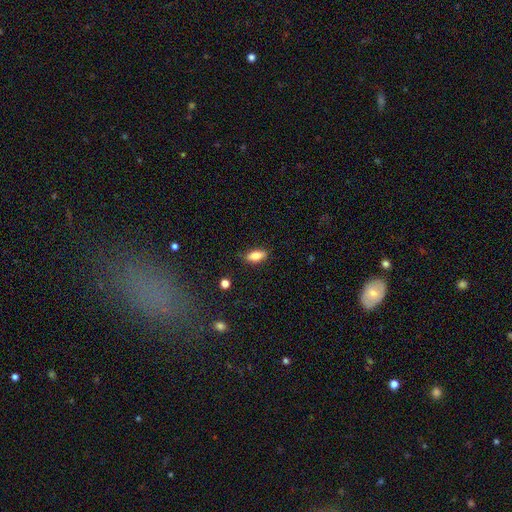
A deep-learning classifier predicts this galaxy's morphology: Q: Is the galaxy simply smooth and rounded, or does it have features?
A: smooth — 79%.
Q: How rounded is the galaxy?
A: in between — 82%.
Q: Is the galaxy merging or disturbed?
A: none — 85%.